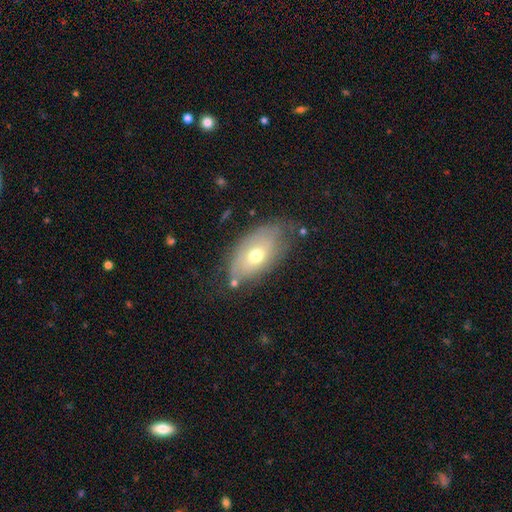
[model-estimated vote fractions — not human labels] Smooth or featured: smooth — 55% (featured or disk — 37%)
How rounded: in between — 91% (round — 5%)
Merging: none — 61% (minor disturbance — 26%)